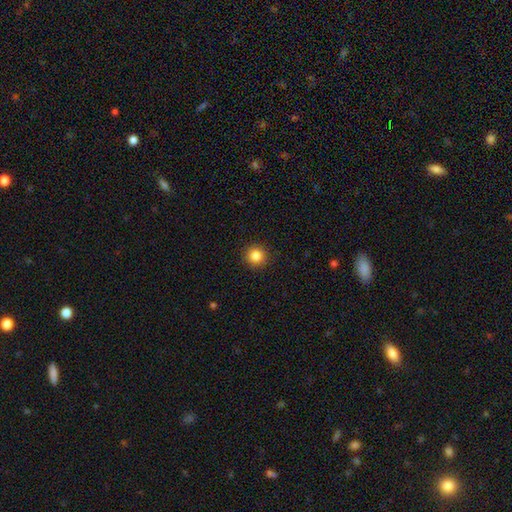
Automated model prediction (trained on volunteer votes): smooth-or-featured: smooth: 86% | star or artifact: 11% | featured or disk: 4%
  how-rounded: round: 95% | in between: 4% | cigar-shaped: 1%
  merging: none: 92% | minor disturbance: 5% | major disturbance: 2% | merger: 1%